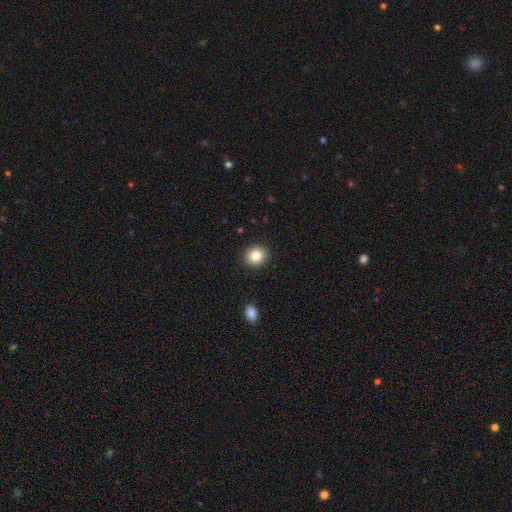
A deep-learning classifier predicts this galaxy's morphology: A smooth galaxy with no disk features (83%) that is round (80%). Merging: none (92%).